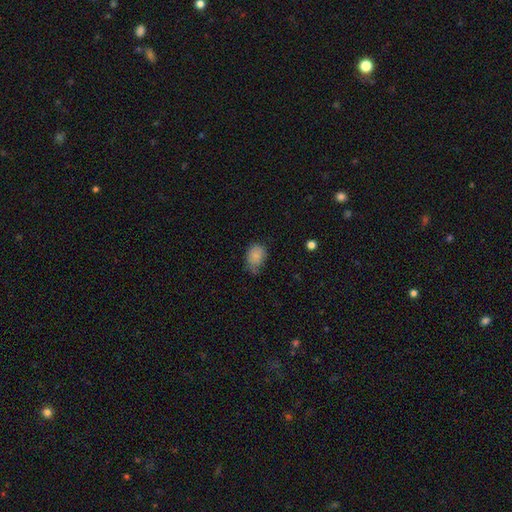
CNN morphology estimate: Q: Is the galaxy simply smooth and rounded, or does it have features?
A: smooth — 83%.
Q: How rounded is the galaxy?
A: in between — 64%.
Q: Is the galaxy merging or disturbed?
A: none — 50%.